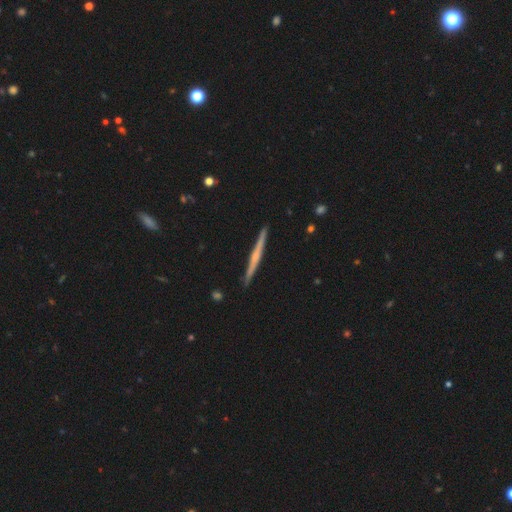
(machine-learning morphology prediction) smooth_or_featured: featured or disk (p=0.65) [alt: smooth p=0.29]
disk_edge_on: yes (p=0.98) [alt: no p=0.02]
edge_on_bulge: none (p=0.46) [alt: rounded p=0.43]
merging: none (p=0.92) [alt: minor disturbance p=0.06]